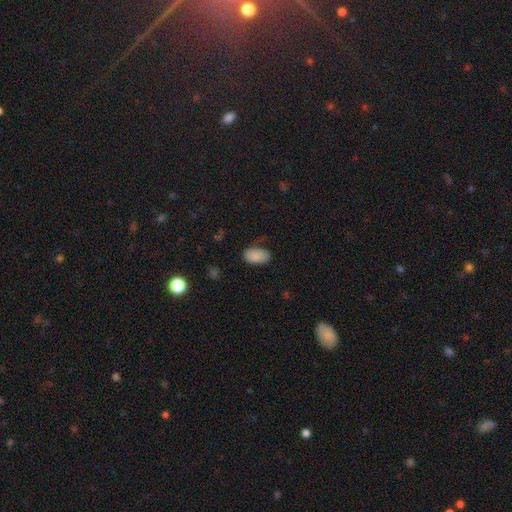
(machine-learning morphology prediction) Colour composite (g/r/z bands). It shows a smooth galaxy with no disk features (87%) that is in between round and cigar-shaped (95%). Merging: none (75%).